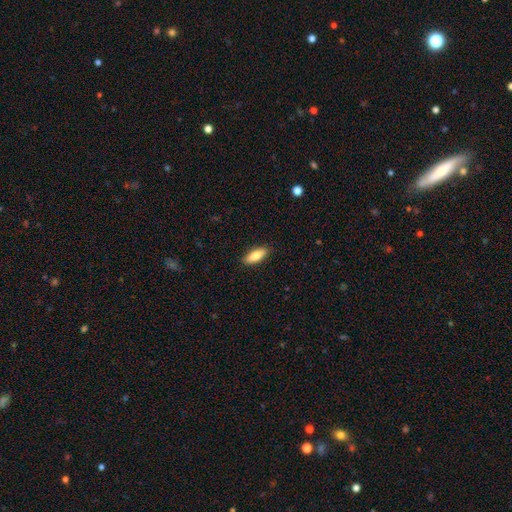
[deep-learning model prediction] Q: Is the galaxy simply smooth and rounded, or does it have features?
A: smooth — 83%.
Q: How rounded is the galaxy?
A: in between — 74%.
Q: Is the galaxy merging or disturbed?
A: none — 89%.